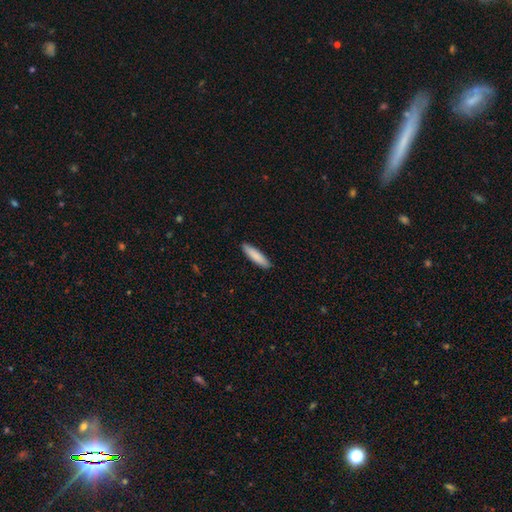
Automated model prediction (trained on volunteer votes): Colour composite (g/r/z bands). It shows a smooth galaxy with no disk features (86%) that is cigar-shaped (76%). Merging: none (90%).